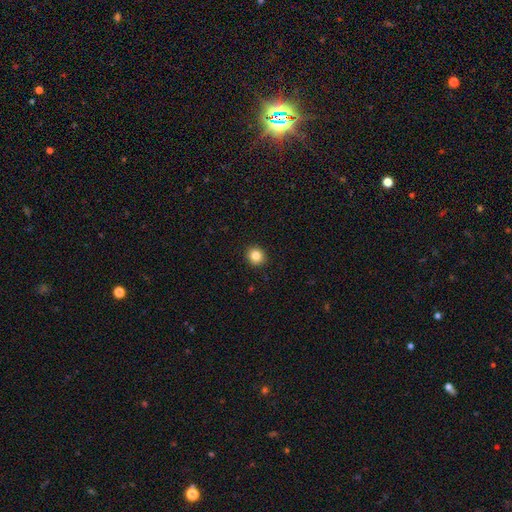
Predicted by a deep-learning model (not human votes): The model was most divided on "smooth or featured": smooth: 84%, star or artifact: 10%, featured or disk: 5%. More confident: merging — none (92%); how rounded — round (87%).